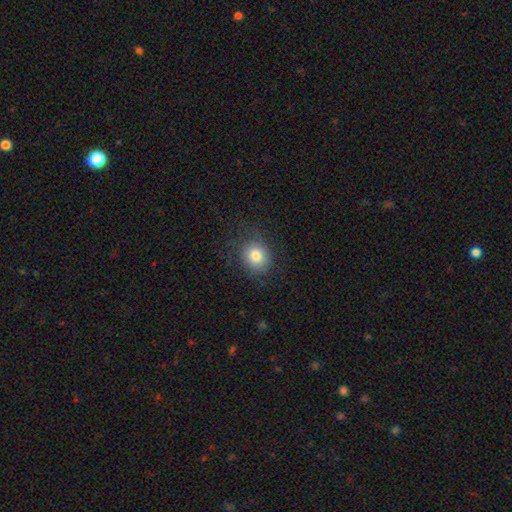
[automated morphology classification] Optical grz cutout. It shows a smooth galaxy with no disk features (79%) that is round (72%). Merging: none (73%).